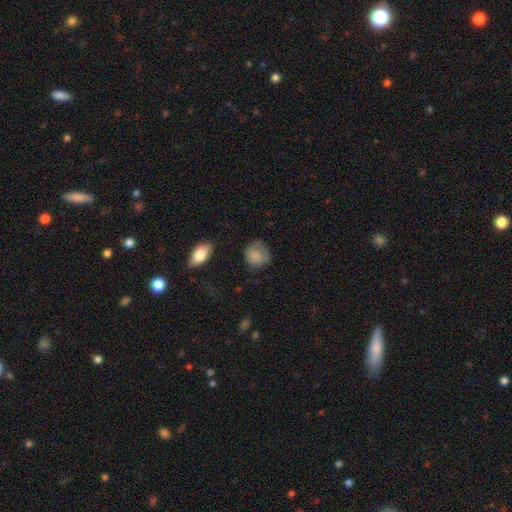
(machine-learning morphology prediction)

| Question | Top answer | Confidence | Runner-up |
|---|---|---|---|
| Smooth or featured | smooth | 80% | featured or disk (12%) |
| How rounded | round | 75% | in between (24%) |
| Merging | none | 63% | minor disturbance (26%) |